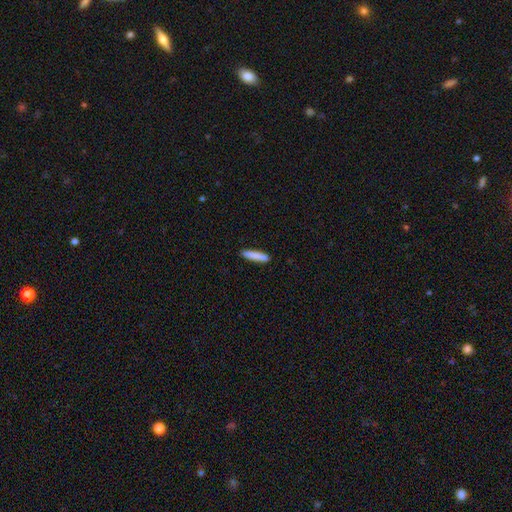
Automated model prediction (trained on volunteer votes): This appears to be a smooth galaxy with no disk features (85%) that is cigar-shaped (90%). Merging: none (89%).